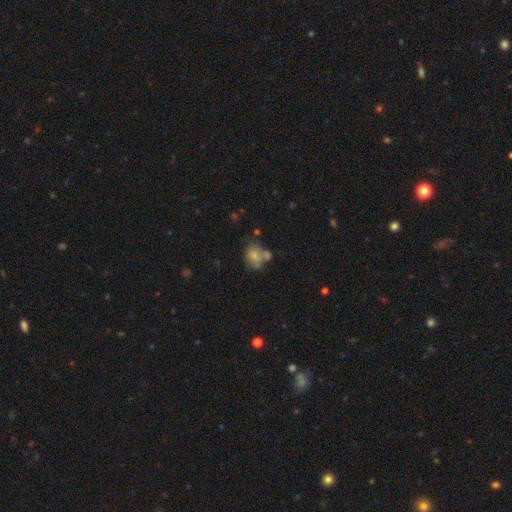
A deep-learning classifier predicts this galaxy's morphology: The model was most divided on "merging": merger: 36%, none: 35%, minor disturbance: 18%, major disturbance: 11%. More confident: smooth or featured — smooth (64%); how rounded — round (52%).